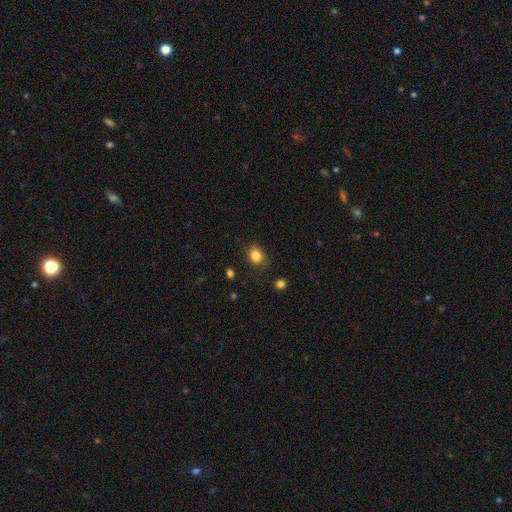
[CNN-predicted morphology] Smooth or featured: smooth — 84% (star or artifact — 10%)
How rounded: in between — 59% (round — 40%)
Merging: none — 74% (minor disturbance — 20%)